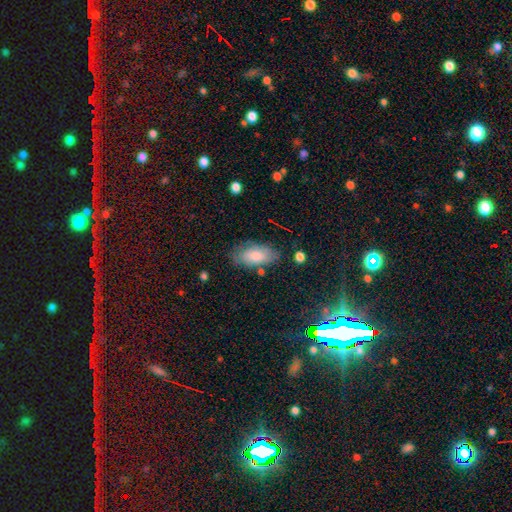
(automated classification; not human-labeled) smooth 75%, featured or disk 18%, star or artifact 7%. Down the decision tree: how rounded — in between (92%); merging — none (70%).